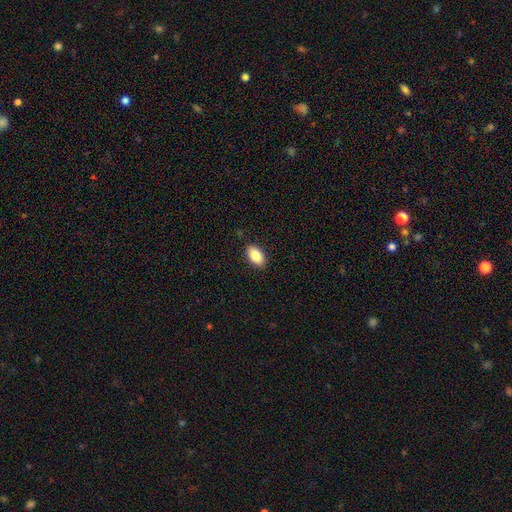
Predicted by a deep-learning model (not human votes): A smooth galaxy with no disk features (85%) that is in between round and cigar-shaped (93%). Merging: none (88%).